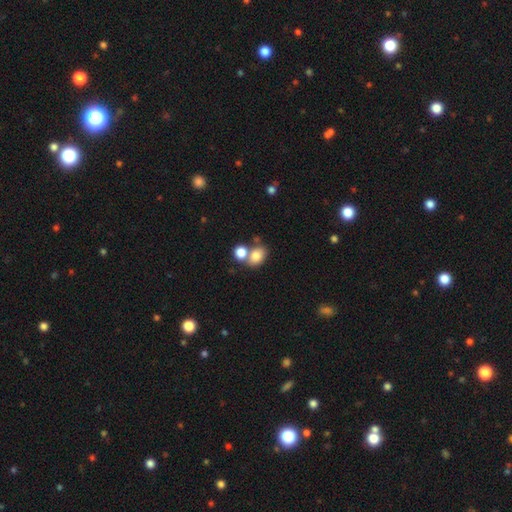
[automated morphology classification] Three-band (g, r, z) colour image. It shows a smooth galaxy with no disk features (79%) that is in between round and cigar-shaped (61%). Merging: none (46%).